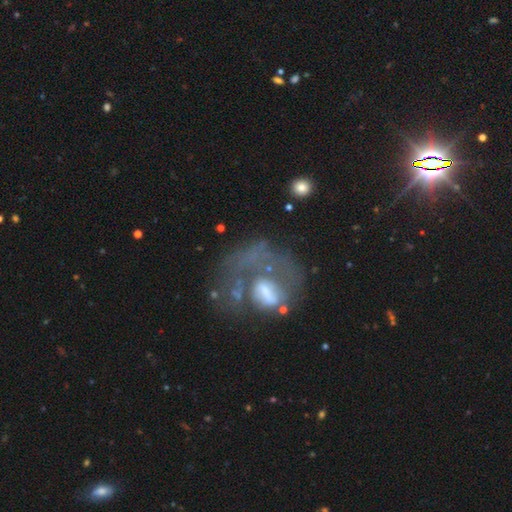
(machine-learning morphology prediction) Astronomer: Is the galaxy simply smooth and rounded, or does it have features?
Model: featured or disk — 63%.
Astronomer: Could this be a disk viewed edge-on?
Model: no — 97%.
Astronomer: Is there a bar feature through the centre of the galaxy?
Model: no — 65%.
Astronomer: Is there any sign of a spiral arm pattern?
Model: no — 54% (runner-up: yes, 46%).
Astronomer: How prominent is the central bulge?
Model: moderate — 41% (runner-up: none, 21%).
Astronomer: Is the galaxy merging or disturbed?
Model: major disturbance — 47% (runner-up: none, 31%).